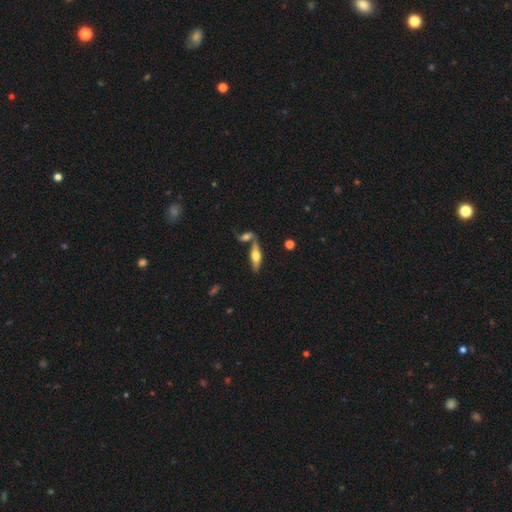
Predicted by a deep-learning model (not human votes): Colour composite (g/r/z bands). It shows a featured or disk galaxy (57%) viewed edge-on (91%) with a rounded central bulge (94%). Merging: none (65%).